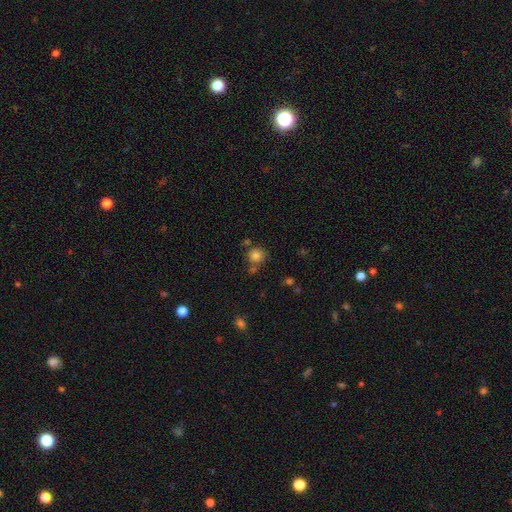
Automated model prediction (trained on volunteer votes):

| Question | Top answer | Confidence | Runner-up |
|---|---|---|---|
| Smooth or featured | smooth | 82% | star or artifact (12%) |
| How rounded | round | 87% | in between (12%) |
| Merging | none | 69% | merger (15%) |